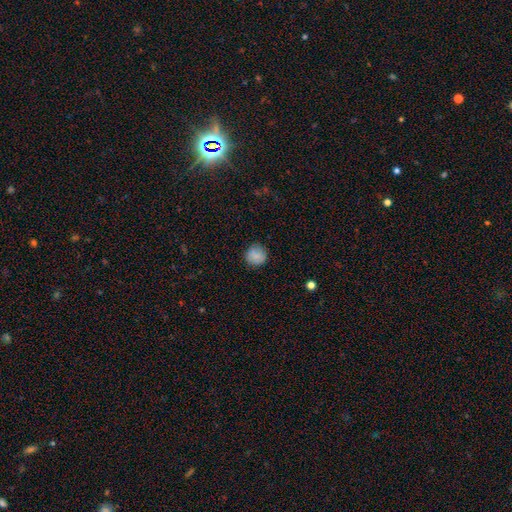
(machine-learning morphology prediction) Smooth or featured? smooth (83%)
How rounded? round (92%)
Merging? none (85%)